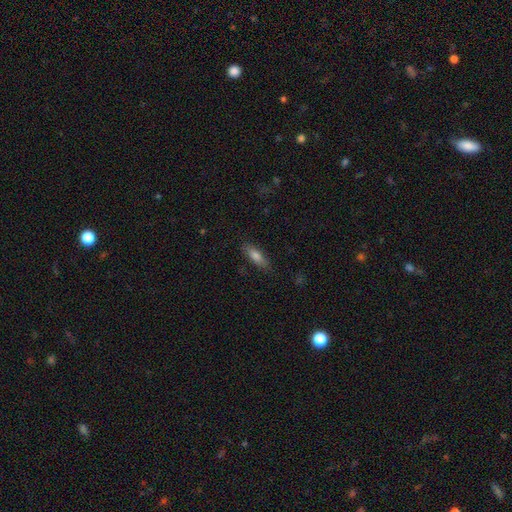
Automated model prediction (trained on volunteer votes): Smooth or featured?
  - smooth: 77% *
  - featured or disk: 16%
  - star or artifact: 7%
How rounded?
  - in between: 52% *
  - cigar-shaped: 46%
  - round: 2%
Merging?
  - none: 83% *
  - minor disturbance: 13%
  - major disturbance: 3%
  - merger: 1%